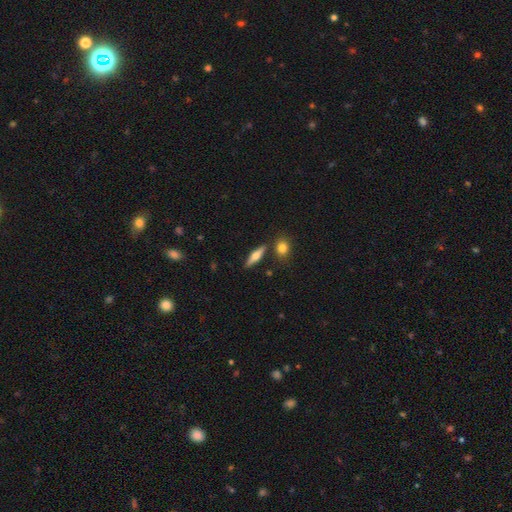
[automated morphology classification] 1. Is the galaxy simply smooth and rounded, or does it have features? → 47% featured or disk, 46% smooth, 7% star or artifact.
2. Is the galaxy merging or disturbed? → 82% none, 9% minor disturbance, 7% merger, 2% major disturbance.